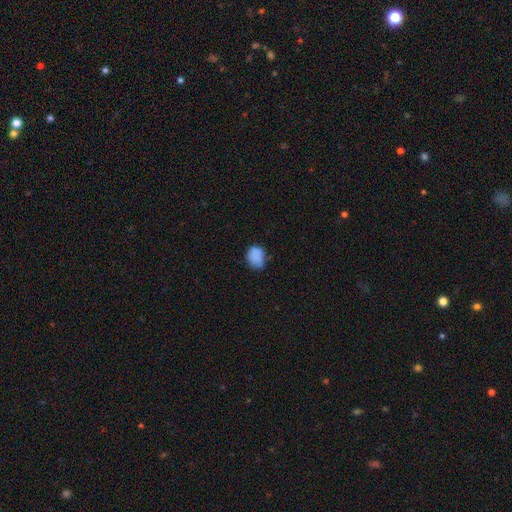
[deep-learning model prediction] smooth 85%, star or artifact 9%, featured or disk 6%. Down the decision tree: how rounded — in between (54%); merging — none (58%).